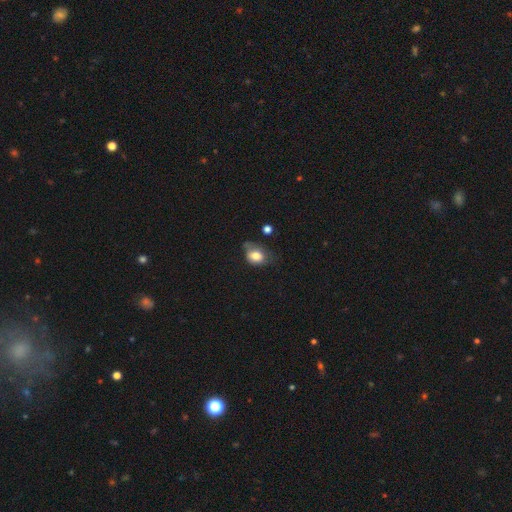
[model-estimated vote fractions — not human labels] This appears to be a smooth galaxy with no disk features (76%) that is in between round and cigar-shaped (66%). Merging: minor disturbance (39%).